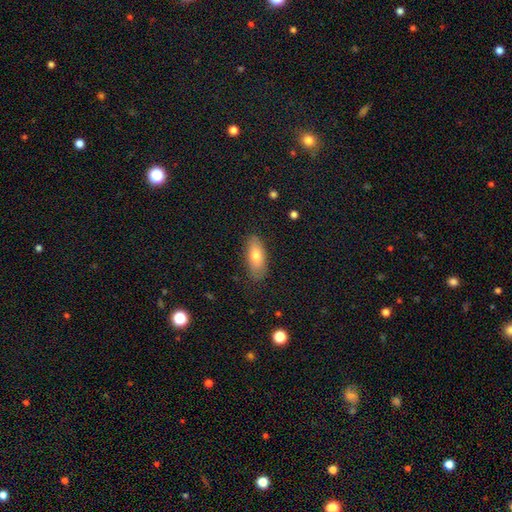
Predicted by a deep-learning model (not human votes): This is likely a smooth galaxy (74%). How rounded: clearly in between (82%). Merging: clearly none (84%).